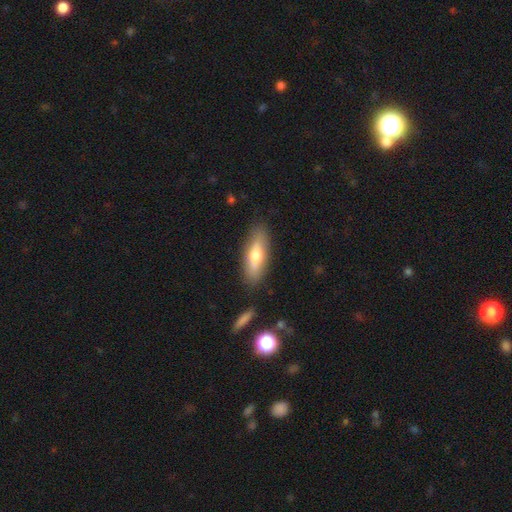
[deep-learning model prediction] smooth-or-featured: smooth: 62% | featured or disk: 31% | star or artifact: 6%
  how-rounded: in between: 57% | cigar-shaped: 40% | round: 2%
  merging: none: 82% | minor disturbance: 12% | merger: 3% | major disturbance: 3%